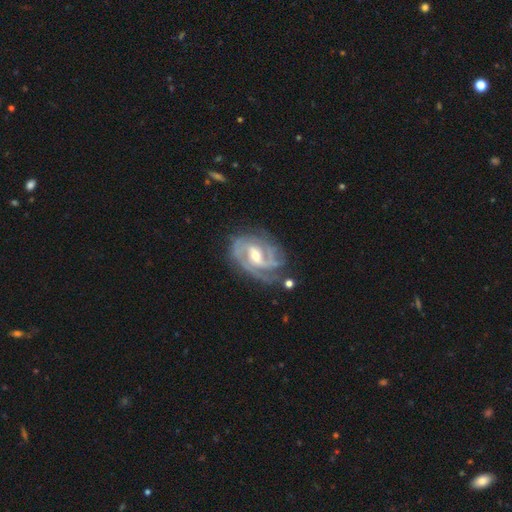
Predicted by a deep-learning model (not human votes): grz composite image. It shows a featured or disk galaxy (91%) with a weak bar (51%), 2 (47%) tight (52%) spiral arms (98%) and a moderate central bulge (61%). Merging: none (66%).